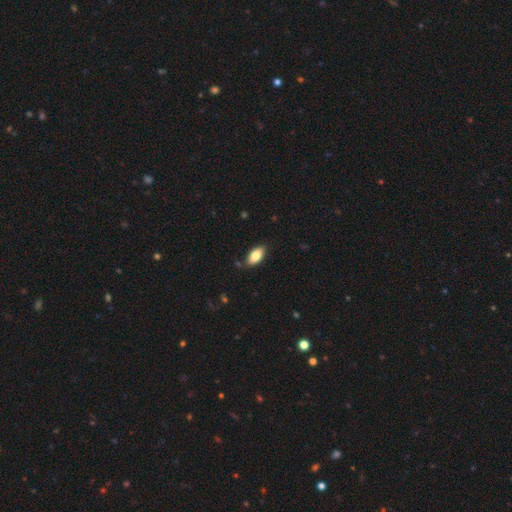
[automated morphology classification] smooth 83%, featured or disk 10%, star or artifact 7%. Down the decision tree: how rounded — in between (93%); merging — none (86%).